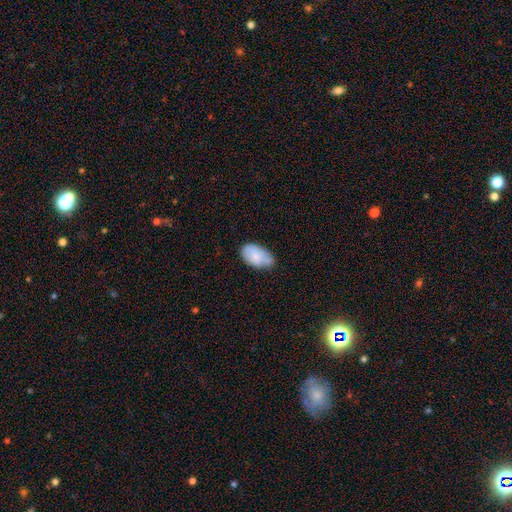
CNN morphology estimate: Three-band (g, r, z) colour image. It shows a smooth galaxy with no disk features (77%) that is in between round and cigar-shaped (94%). Merging: none (54%).